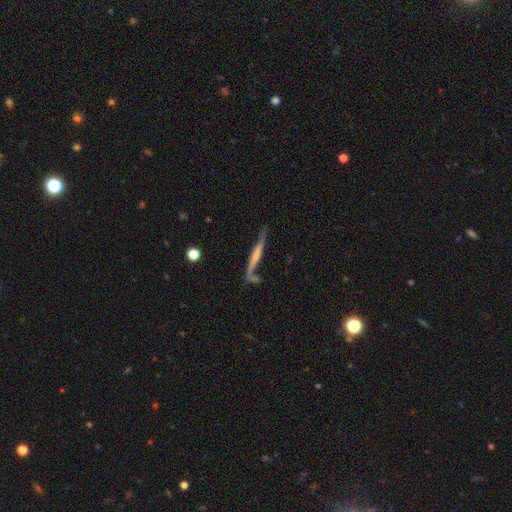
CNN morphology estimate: type=featured or disk (62%); edge-on=yes (79%); merging=none (47%).